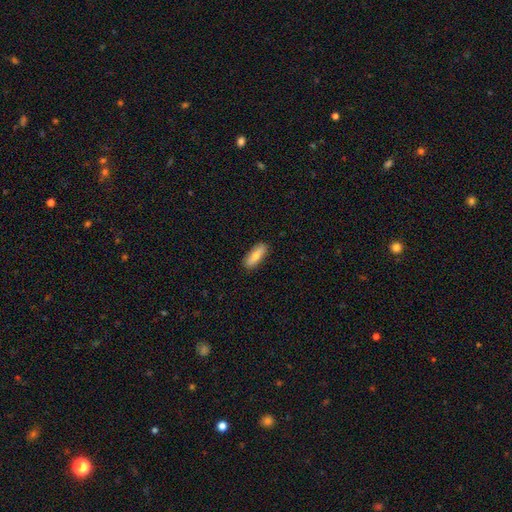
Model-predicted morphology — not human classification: Smooth or featured: smooth — 71% (featured or disk — 23%)
How rounded: in between — 60% (cigar-shaped — 37%)
Merging: none — 89% (minor disturbance — 9%)